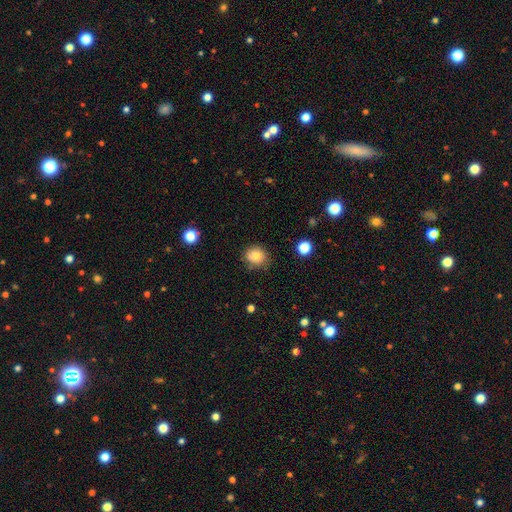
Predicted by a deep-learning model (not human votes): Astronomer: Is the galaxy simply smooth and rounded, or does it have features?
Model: smooth — 80%.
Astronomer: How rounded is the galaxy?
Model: round — 72%.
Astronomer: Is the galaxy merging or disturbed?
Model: none — 73%.